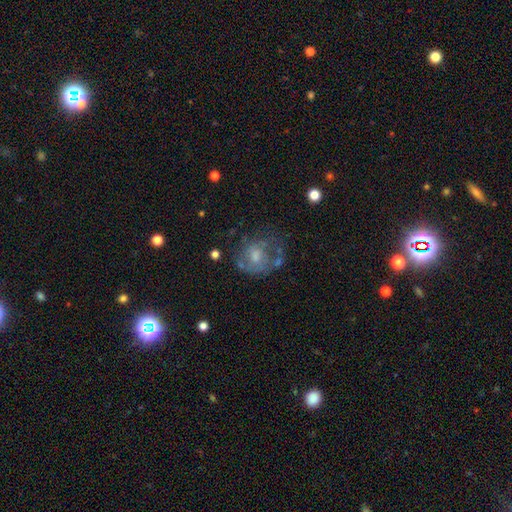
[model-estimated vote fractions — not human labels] featured or disk 56%, smooth 30%, star or artifact 14%. Down the decision tree: edge-on disk — no (97%); bar — no (77%); spiral arms — yes (56%); bulge size — moderate (48%); merging — none (48%).